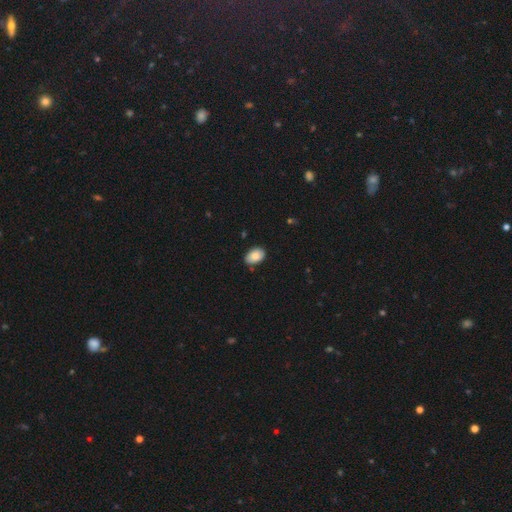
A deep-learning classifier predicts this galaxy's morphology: The model was most divided on "merging": none: 81%, minor disturbance: 15%, major disturbance: 2%, merger: 2%. More confident: how rounded — in between (89%); smooth or featured — smooth (85%).